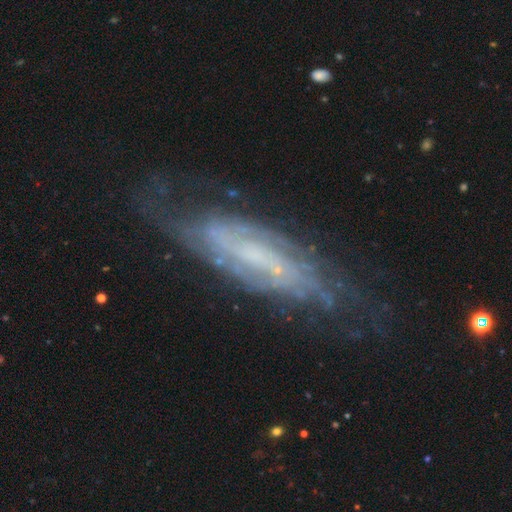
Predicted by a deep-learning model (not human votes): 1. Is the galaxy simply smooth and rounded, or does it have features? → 79% featured or disk, 13% smooth, 8% star or artifact.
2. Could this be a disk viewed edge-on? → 78% no, 22% yes.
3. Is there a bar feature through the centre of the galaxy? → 41% weak, 40% no, 19% strong.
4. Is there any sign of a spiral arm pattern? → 89% yes, 11% no.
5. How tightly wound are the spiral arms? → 58% tight, 32% medium, 10% loose.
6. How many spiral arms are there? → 53% can't tell, 25% 2, 8% 3, 5% 4, 5% more than 4, 4% 1.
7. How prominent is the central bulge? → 52% small, 27% none, 17% moderate, 3% large, 1% dominant.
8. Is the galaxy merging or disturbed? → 71% none, 19% minor disturbance, 9% major disturbance, 2% merger.